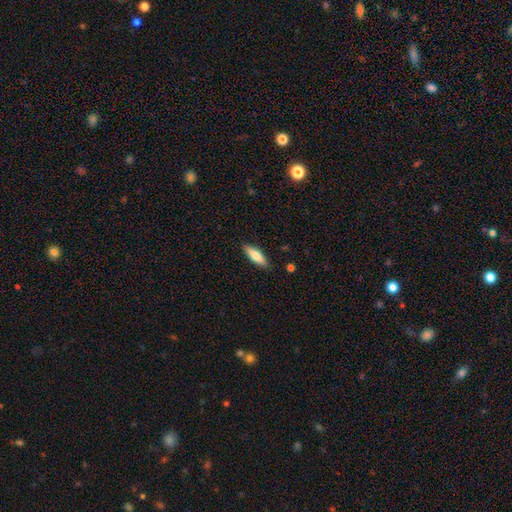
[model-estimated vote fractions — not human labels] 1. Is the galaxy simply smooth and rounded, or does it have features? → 76% smooth, 18% featured or disk, 6% star or artifact.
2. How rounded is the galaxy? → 56% in between, 42% cigar-shaped, 2% round.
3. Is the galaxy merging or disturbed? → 87% none, 9% minor disturbance, 2% major disturbance, 1% merger.